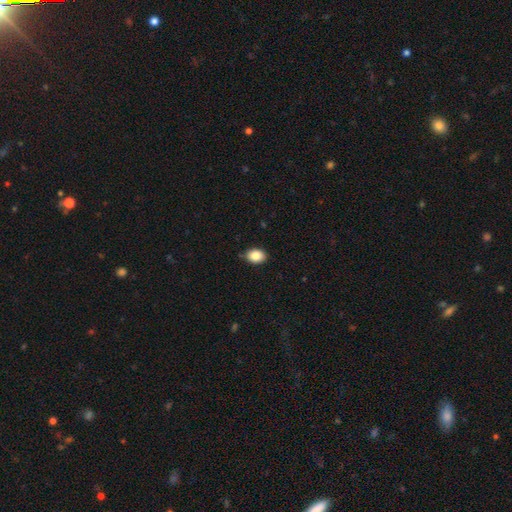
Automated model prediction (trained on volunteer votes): smooth 86%, star or artifact 8%, featured or disk 5%. Down the decision tree: how rounded — in between (73%); merging — none (84%).